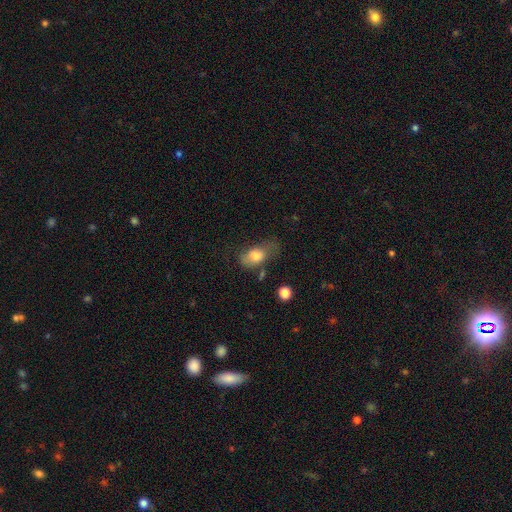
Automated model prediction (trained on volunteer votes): Smooth or featured? smooth (69%)
How rounded? in between (84%)
Merging? none (43%)